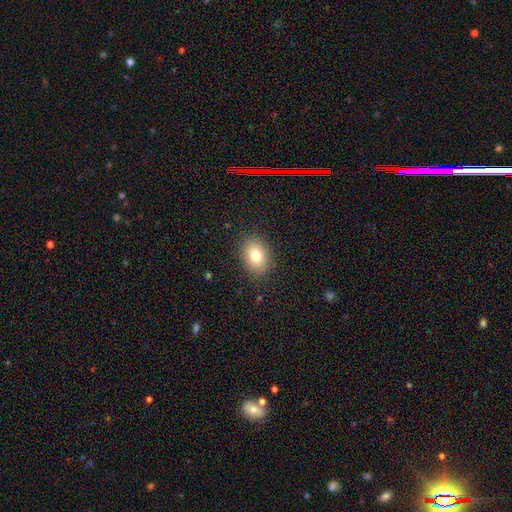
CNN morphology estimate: A smooth galaxy with no disk features (79%) that is in between round and cigar-shaped (70%).

Vote fractions:
- Smooth or featured? smooth: 79% / featured or disk: 11% / star or artifact: 10%
- How rounded? in between: 70% / round: 29% / cigar-shaped: 1%
- Merging? none: 87% / minor disturbance: 9% / major disturbance: 3% / merger: 1%